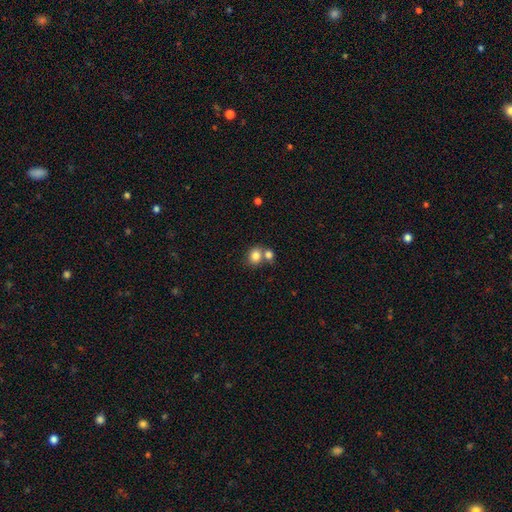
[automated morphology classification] A smooth galaxy with no disk features (82%) that is round (67%).

Vote fractions:
- Smooth or featured? smooth: 82% / star or artifact: 10% / featured or disk: 8%
- How rounded? round: 67% / in between: 33% / cigar-shaped: 1%
- Merging? none: 46% / merger: 42% / minor disturbance: 9% / major disturbance: 3%